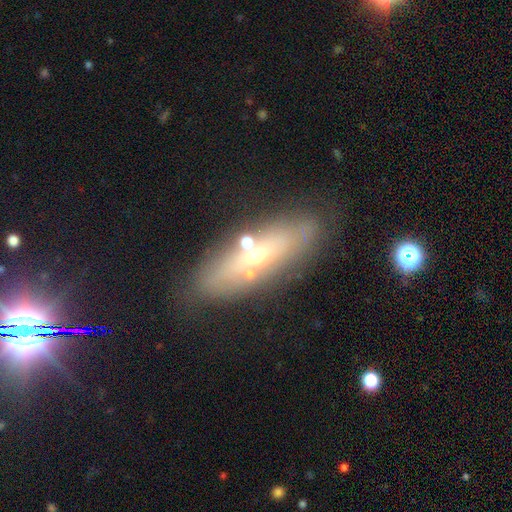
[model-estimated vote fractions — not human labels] Overall: featured or disk (53%; smooth 33%). Edge-on disk: yes (51%; no 49%). Merging: none (75%).